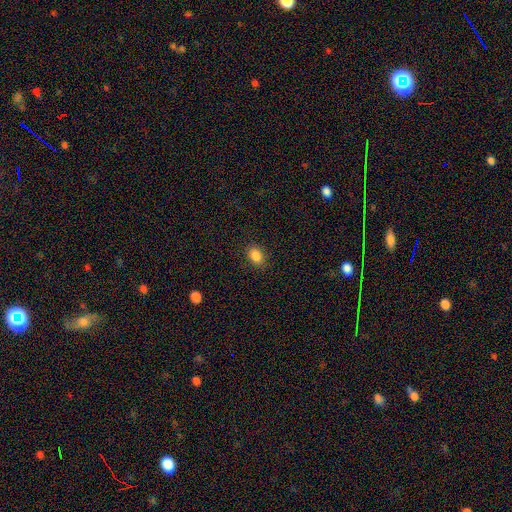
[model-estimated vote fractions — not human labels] Smooth or featured?
  - smooth: 86% *
  - star or artifact: 9%
  - featured or disk: 4%
How rounded?
  - in between: 79% *
  - round: 20%
  - cigar-shaped: 1%
Merging?
  - none: 87% *
  - minor disturbance: 9%
  - major disturbance: 3%
  - merger: 1%